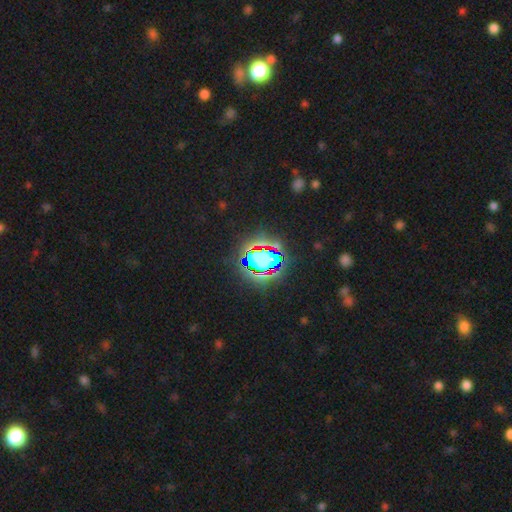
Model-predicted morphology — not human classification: Smooth or featured? star or artifact (65%)